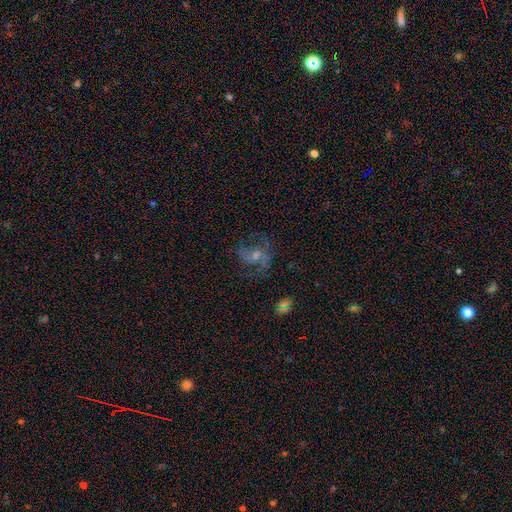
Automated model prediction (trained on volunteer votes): Q: Smooth or featured?
A: featured or disk (57%); runner-up: smooth (25%)
Q: Edge-on disk?
A: no (97%); runner-up: yes (3%)
Q: Bar?
A: no (62%); runner-up: weak (32%)
Q: Spiral arms?
A: yes (66%); runner-up: no (34%)
Q: Bulge size?
A: small (41%); runner-up: moderate (40%)
Q: Merging?
A: none (53%); runner-up: major disturbance (25%)